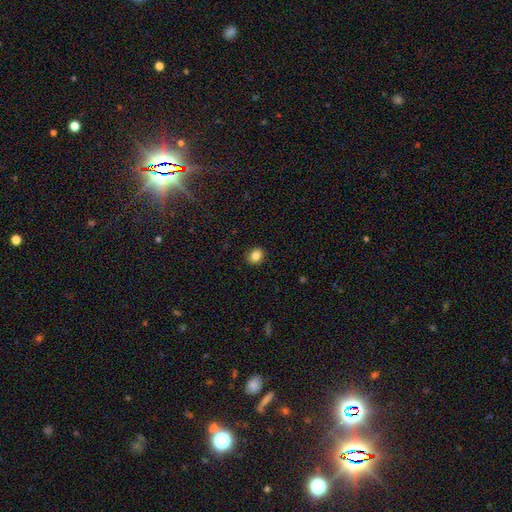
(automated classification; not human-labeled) smooth 85%, star or artifact 10%, featured or disk 5%. Down the decision tree: how rounded — round (55%); merging — none (90%).